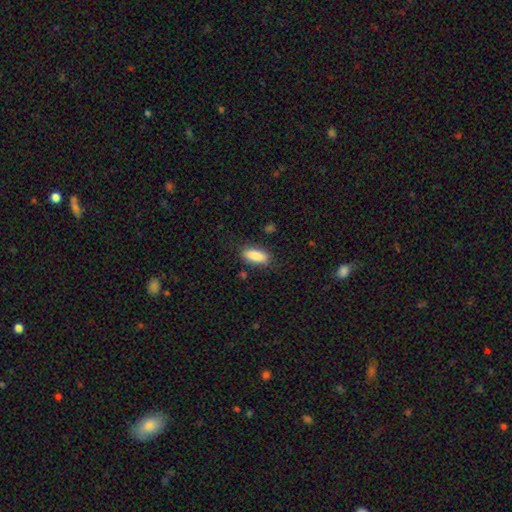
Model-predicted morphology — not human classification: This appears to be a smooth galaxy with no disk features (87%) that is in between round and cigar-shaped (80%). Merging: none (82%).